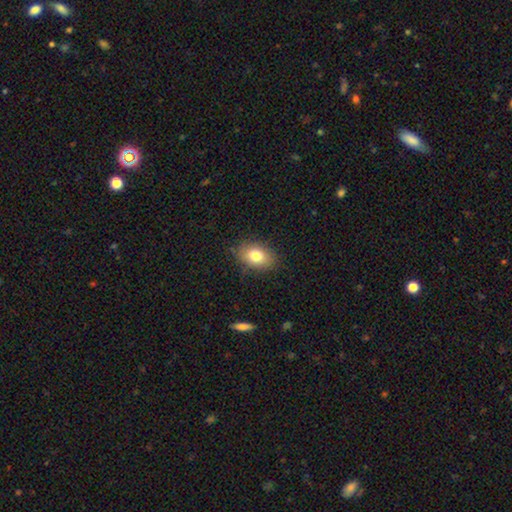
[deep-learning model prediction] Smooth or featured: smooth — 79% (featured or disk — 12%)
How rounded: in between — 80% (round — 18%)
Merging: none — 83% (minor disturbance — 13%)